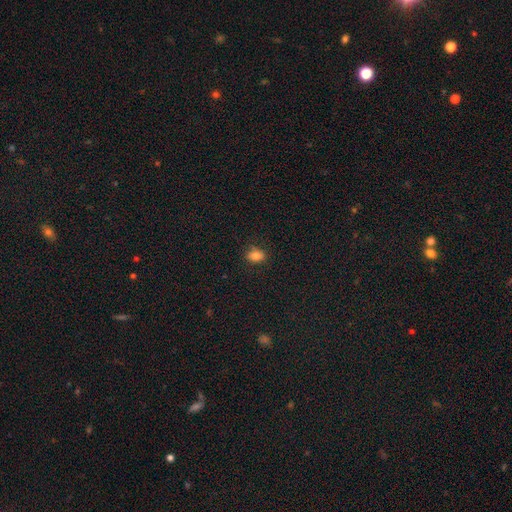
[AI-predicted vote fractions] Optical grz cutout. It shows a smooth galaxy with no disk features (80%) that is in between round and cigar-shaped (74%). Merging: none (80%).